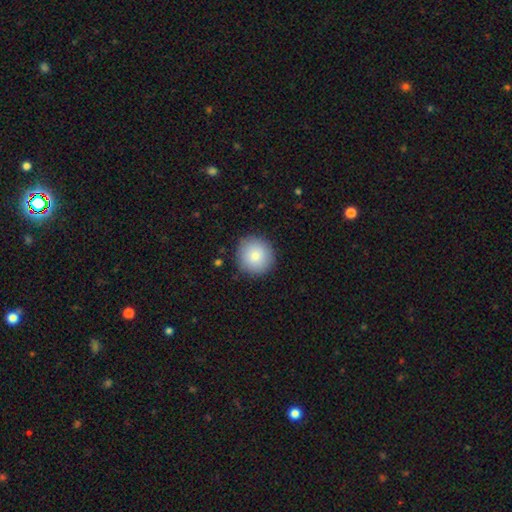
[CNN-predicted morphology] Overall: smooth (83%). How rounded: round (94%). Merging: none (89%).